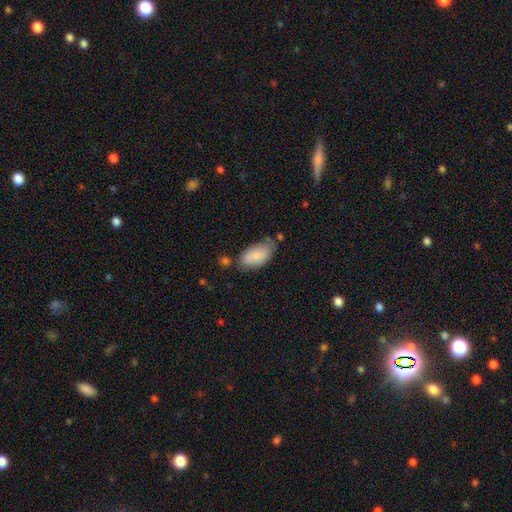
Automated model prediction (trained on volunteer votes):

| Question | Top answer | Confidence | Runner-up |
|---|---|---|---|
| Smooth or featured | smooth | 82% | featured or disk (12%) |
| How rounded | in between | 94% | round (3%) |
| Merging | none | 57% | minor disturbance (29%) |